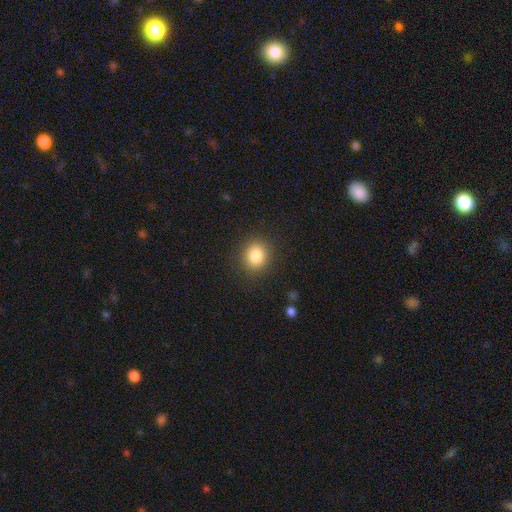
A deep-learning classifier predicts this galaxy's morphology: smooth-or-featured: smooth: 84% | star or artifact: 10% | featured or disk: 6%
  how-rounded: round: 78% | in between: 21% | cigar-shaped: 1%
  merging: none: 88% | minor disturbance: 8% | major disturbance: 3% | merger: 1%